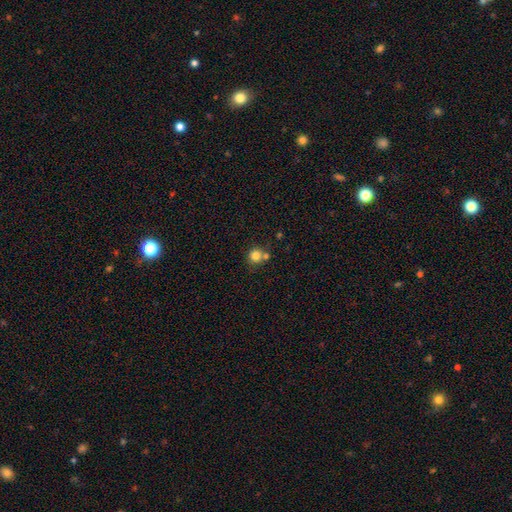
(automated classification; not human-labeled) Smooth or featured: smooth — 81% (star or artifact — 12%)
How rounded: round — 90% (in between — 9%)
Merging: none — 61% (merger — 25%)